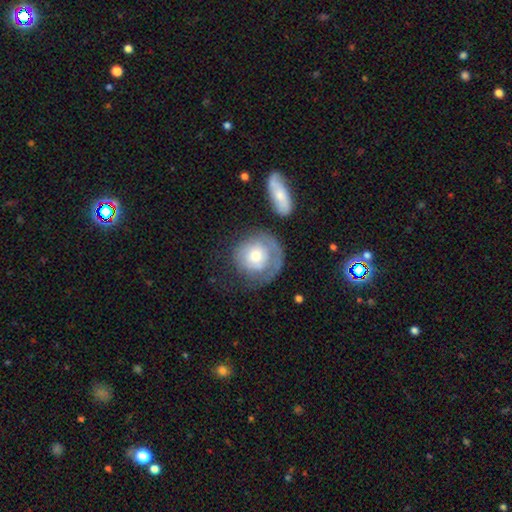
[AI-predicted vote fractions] smooth_or_featured: smooth (p=0.48) [alt: featured or disk p=0.45]
merging: none (p=0.48) [alt: major disturbance p=0.24]